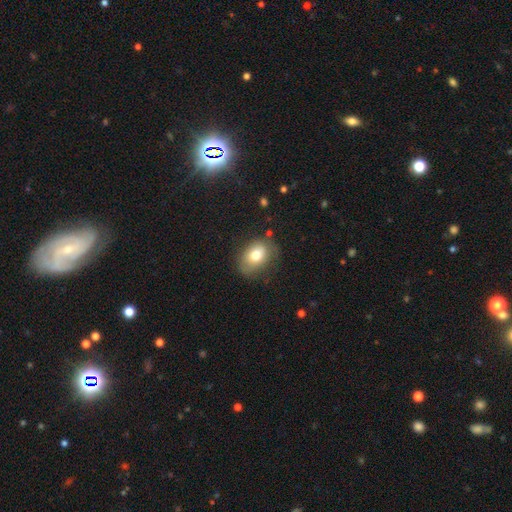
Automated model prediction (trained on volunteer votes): Smooth or featured? smooth (75%)
How rounded? in between (79%)
Merging? none (66%)